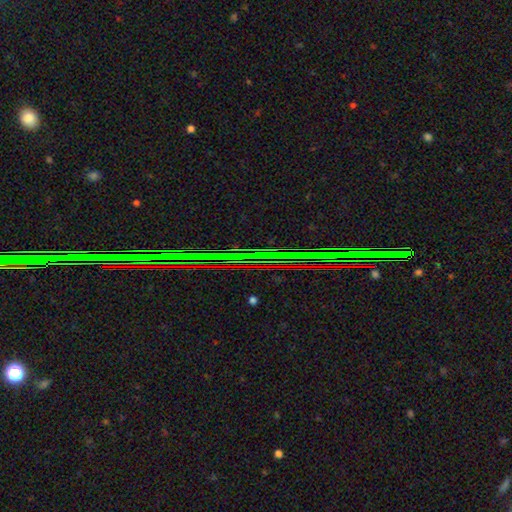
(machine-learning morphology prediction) star or artifact 85%, featured or disk 8%, smooth 7%.